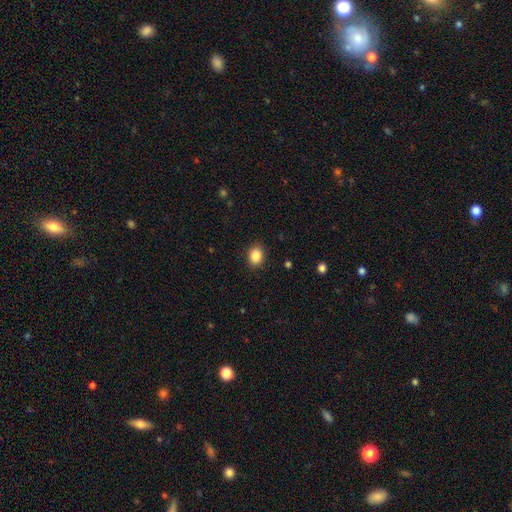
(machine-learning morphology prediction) Overall: smooth (87%). How rounded: in between (57%; round 42%). Merging: none (88%).